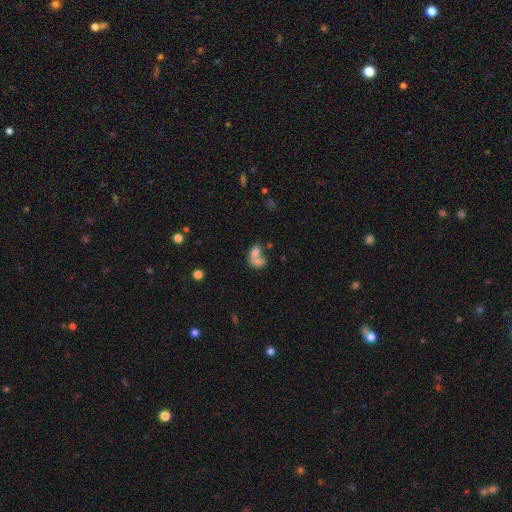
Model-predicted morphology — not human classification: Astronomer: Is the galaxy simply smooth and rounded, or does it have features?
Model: smooth — 71%.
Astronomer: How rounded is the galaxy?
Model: in between — 77%.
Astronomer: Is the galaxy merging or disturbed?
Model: merger — 67%.